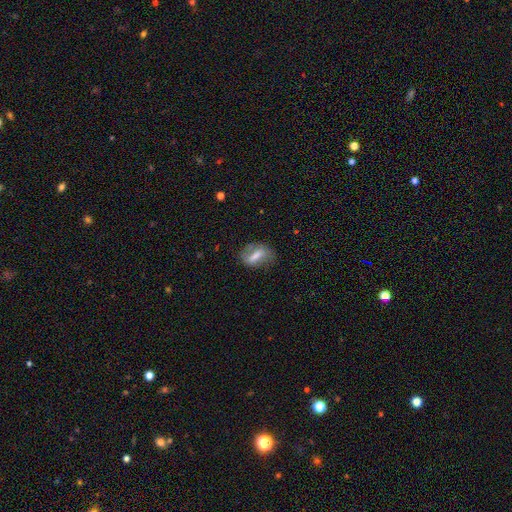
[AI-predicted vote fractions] Q: Smooth or featured?
A: smooth (55%); runner-up: featured or disk (36%)
Q: How rounded?
A: in between (69%); runner-up: cigar-shaped (19%)
Q: Merging?
A: none (65%); runner-up: minor disturbance (22%)